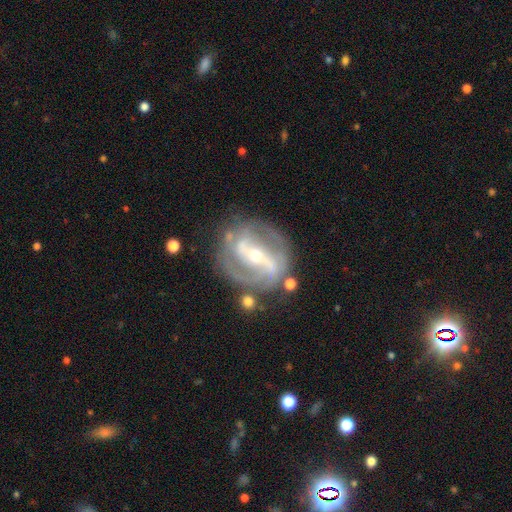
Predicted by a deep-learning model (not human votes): Smooth or featured?
  - featured or disk: 88% *
  - smooth: 6%
  - star or artifact: 6%
Edge-on disk?
  - no: 95% *
  - yes: 5%
Bar?
  - strong: 61% *
  - weak: 25%
  - no: 14%
Spiral arms?
  - yes: 92% *
  - no: 8%
Spiral winding?
  - medium: 45% *
  - tight: 40%
  - loose: 15%
Spiral arm count?
  - 2: 74% *
  - can't tell: 10%
  - 3: 10%
  - 1: 2%
  - 4: 2%
  - more than 4: 2%
Bulge size?
  - small: 54% *
  - moderate: 43%
  - large: 2%
  - none: 1%
  - dominant: 1%
Merging?
  - none: 72% *
  - minor disturbance: 16%
  - major disturbance: 8%
  - merger: 4%